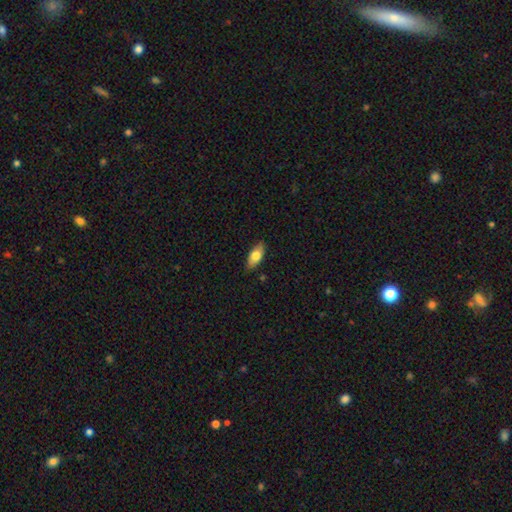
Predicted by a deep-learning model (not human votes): This is likely a smooth galaxy (75%). How rounded: clearly in between (87%). Merging: clearly none (87%).